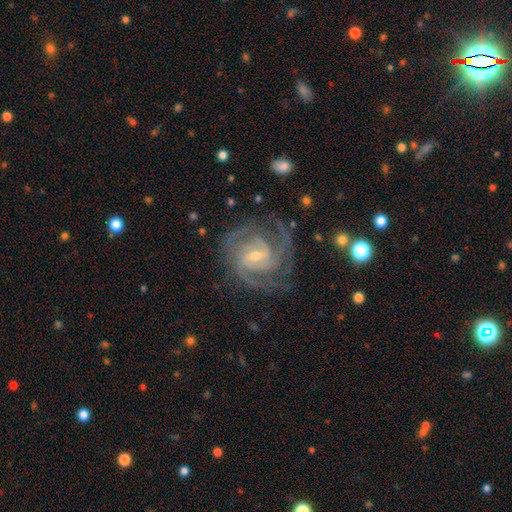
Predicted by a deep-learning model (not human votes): Smooth or featured: featured or disk — 92% (star or artifact — 5%)
Edge-on disk: no — 98% (yes — 2%)
Bar: weak — 53% (no — 26%)
Spiral arms: yes — 98% (no — 2%)
Spiral winding: tight — 59% (medium — 36%)
Spiral arm count: 3 — 36% (2 — 23%)
Bulge size: small — 59% (moderate — 38%)
Merging: none — 73% (minor disturbance — 16%)